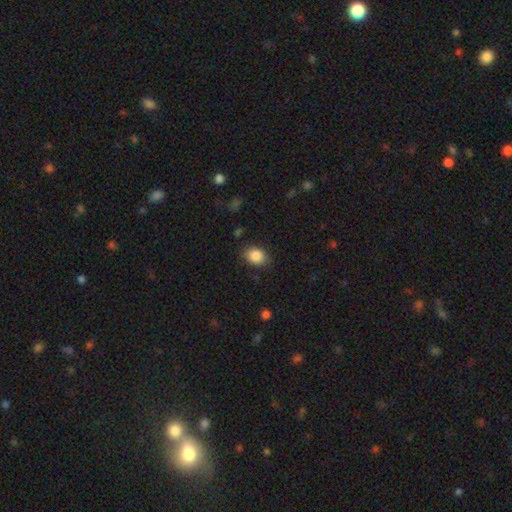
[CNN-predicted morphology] A smooth galaxy with no disk features (87%) that is in between round and cigar-shaped (62%). Merging: none (82%).